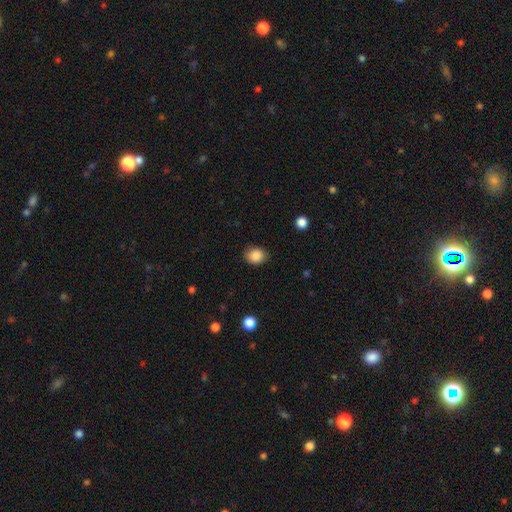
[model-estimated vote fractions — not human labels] smooth 88%, star or artifact 9%, featured or disk 4%. Down the decision tree: how rounded — round (51%); merging — none (82%).